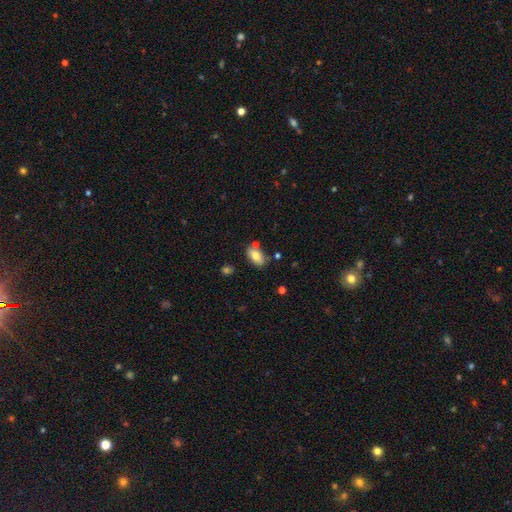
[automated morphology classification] Overall: smooth (77%). How rounded: in between (91%). Merging: none (71%).